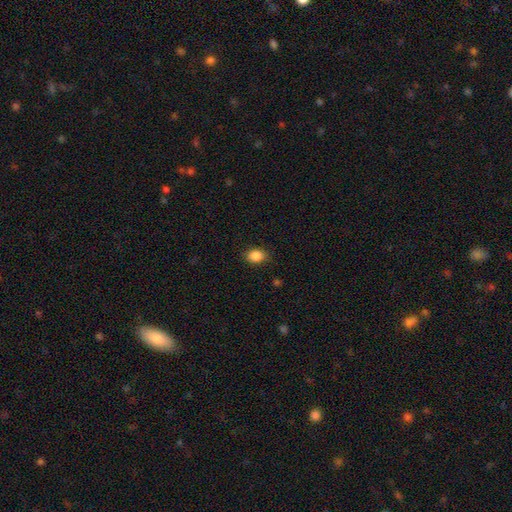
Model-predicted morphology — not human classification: smooth_or_featured: smooth (p=0.88) [alt: star or artifact p=0.09]
how_rounded: in between (p=0.73) [alt: round p=0.26]
merging: none (p=0.86) [alt: minor disturbance p=0.11]